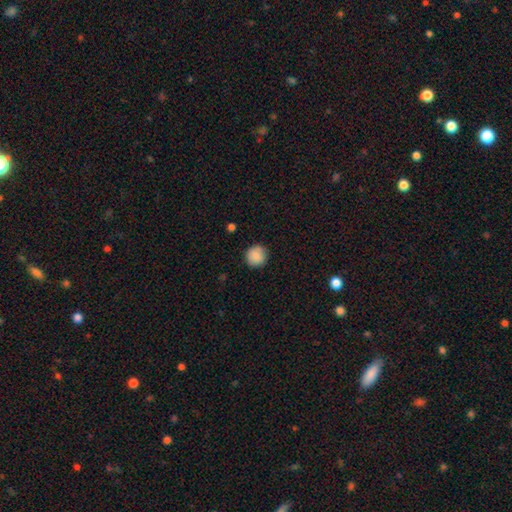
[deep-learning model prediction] smooth-or-featured: smooth: 87% | star or artifact: 8% | featured or disk: 5%
  how-rounded: round: 94% | in between: 5% | cigar-shaped: 1%
  merging: none: 88% | minor disturbance: 9% | major disturbance: 2% | merger: 1%